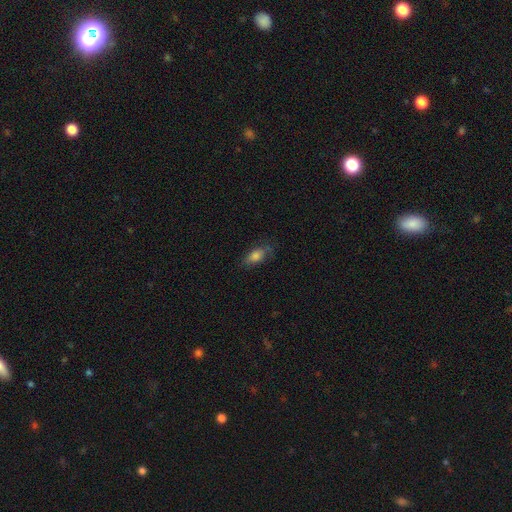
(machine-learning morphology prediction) Q: Smooth or featured?
A: smooth (70%); runner-up: featured or disk (18%)
Q: How rounded?
A: in between (79%); runner-up: cigar-shaped (13%)
Q: Merging?
A: none (67%); runner-up: minor disturbance (23%)